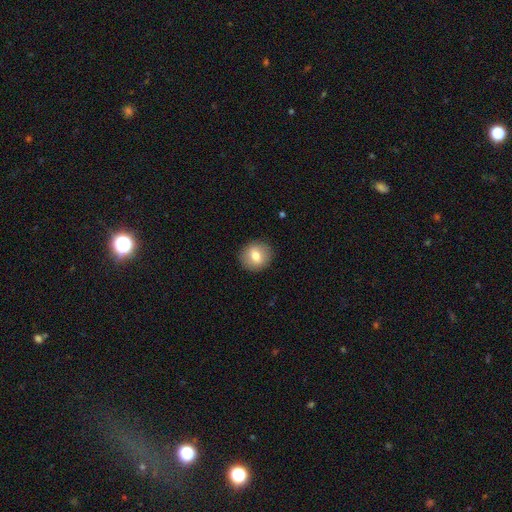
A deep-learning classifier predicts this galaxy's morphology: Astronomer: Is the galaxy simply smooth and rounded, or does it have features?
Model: smooth — 74%.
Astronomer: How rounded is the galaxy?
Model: round — 86%.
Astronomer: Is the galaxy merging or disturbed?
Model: none — 90%.